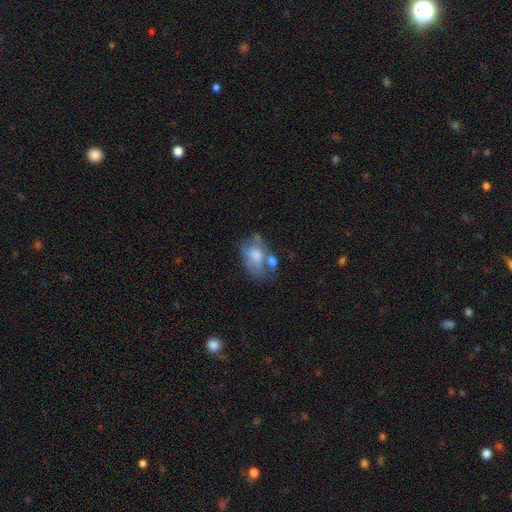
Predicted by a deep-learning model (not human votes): Overall: smooth (59%; featured or disk 32%). How rounded: in between (83%). Merging: merger (31%, tied with none).